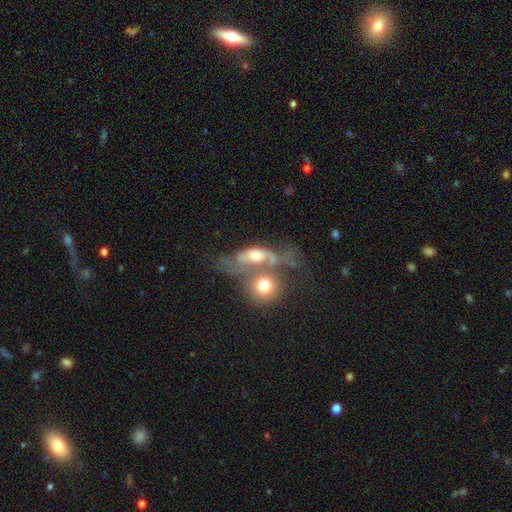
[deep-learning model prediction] smooth_or_featured: featured or disk (p=0.50) [alt: smooth p=0.40]
disk_edge_on: no (p=0.86) [alt: yes p=0.14]
merging: merger (p=0.55) [alt: major disturbance p=0.17]